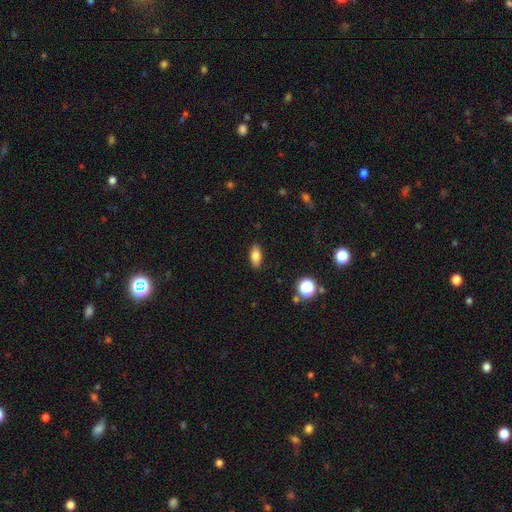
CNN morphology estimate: smooth 80%, featured or disk 11%, star or artifact 9%. Down the decision tree: how rounded — in between (85%); merging — none (88%).